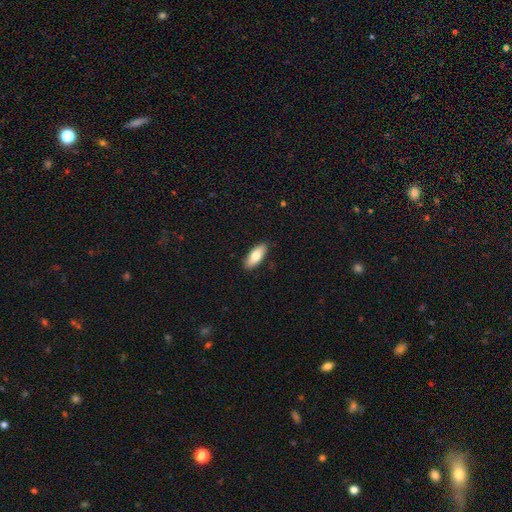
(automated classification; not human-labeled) smooth 78%, featured or disk 17%, star or artifact 6%. Down the decision tree: how rounded — in between (78%); merging — none (89%).